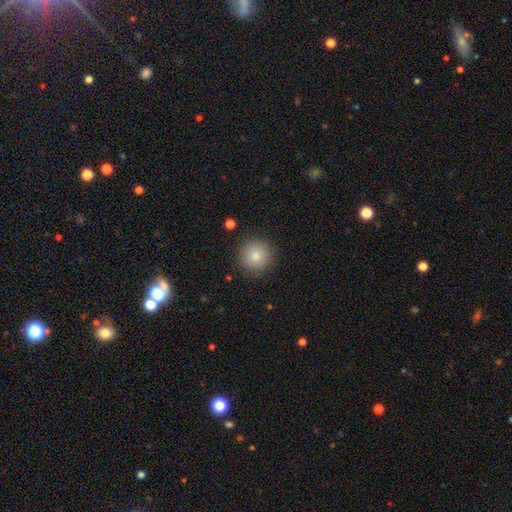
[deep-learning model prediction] Smooth or featured? smooth (84%)
How rounded? round (94%)
Merging? none (88%)